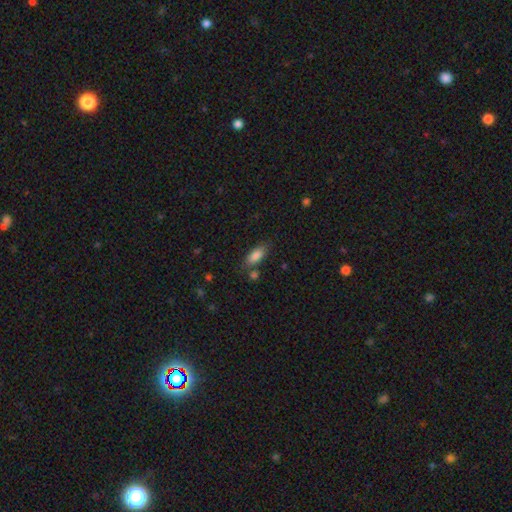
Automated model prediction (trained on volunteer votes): Smooth or featured?
  - smooth: 84% *
  - featured or disk: 9%
  - star or artifact: 8%
How rounded?
  - in between: 80% *
  - cigar-shaped: 18%
  - round: 2%
Merging?
  - none: 70% *
  - minor disturbance: 16%
  - merger: 9%
  - major disturbance: 5%